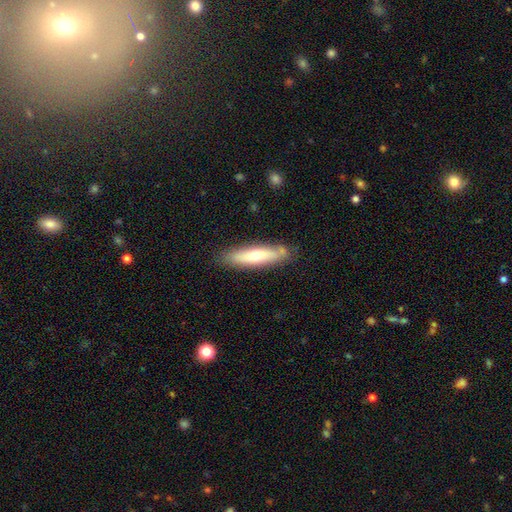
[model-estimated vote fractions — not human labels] Smooth or featured? smooth (58%)
How rounded? cigar-shaped (71%)
Merging? none (79%)